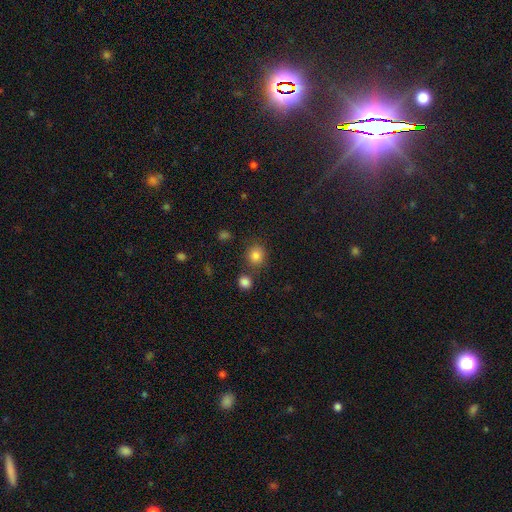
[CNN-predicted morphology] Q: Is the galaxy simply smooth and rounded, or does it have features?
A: smooth — 82%.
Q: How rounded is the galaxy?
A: round — 80%.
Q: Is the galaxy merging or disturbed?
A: none — 74%.